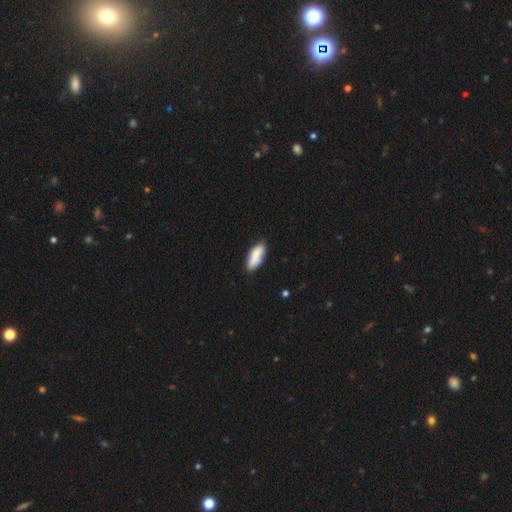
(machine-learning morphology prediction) Smooth or featured?
  - smooth: 79% *
  - featured or disk: 15%
  - star or artifact: 6%
How rounded?
  - in between: 67% *
  - cigar-shaped: 31%
  - round: 2%
Merging?
  - none: 73% *
  - minor disturbance: 17%
  - merger: 6%
  - major disturbance: 3%